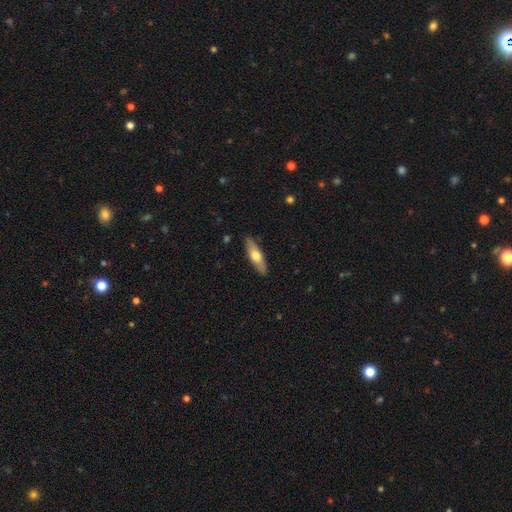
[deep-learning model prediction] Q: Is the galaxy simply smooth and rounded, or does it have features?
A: smooth — 56%.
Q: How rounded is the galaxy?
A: cigar-shaped — 60%.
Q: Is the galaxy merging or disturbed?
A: none — 88%.